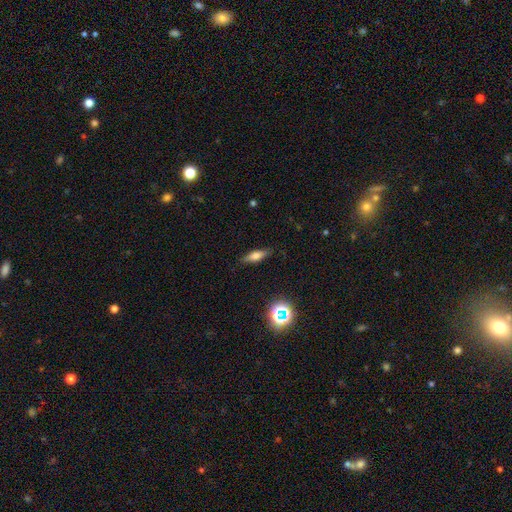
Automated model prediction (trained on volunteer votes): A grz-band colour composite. It shows a smooth galaxy with no disk features (60%) that is cigar-shaped (49%). Merging: none (84%).